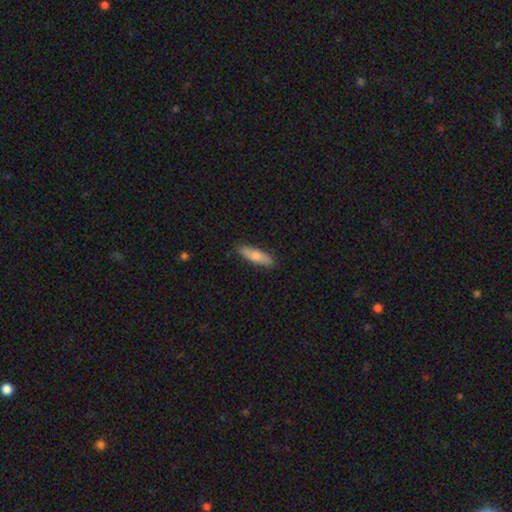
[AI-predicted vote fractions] Smooth or featured? Predicted: smooth (p=0.74). How rounded? Predicted: cigar-shaped (p=0.56). Merging? Predicted: none (p=0.86).